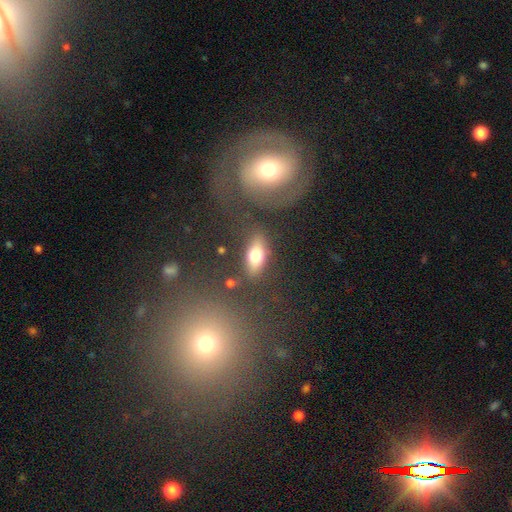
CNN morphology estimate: Q: Smooth or featured?
A: smooth (67%); runner-up: featured or disk (23%)
Q: How rounded?
A: in between (72%); runner-up: cigar-shaped (19%)
Q: Merging?
A: none (77%); runner-up: minor disturbance (13%)